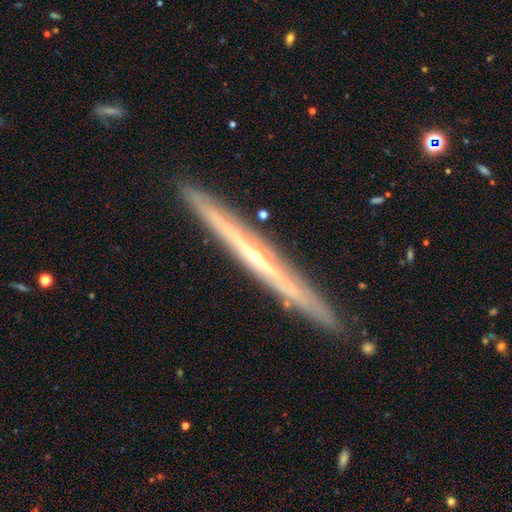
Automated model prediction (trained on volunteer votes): Smooth or featured? Predicted: featured or disk (p=0.81). Edge-on disk? Predicted: yes (p=0.97). Edge-on bulge? Predicted: rounded (p=0.58). Merging? Predicted: none (p=0.91).